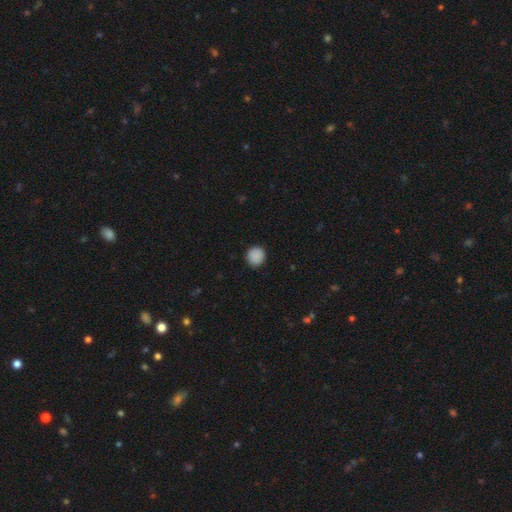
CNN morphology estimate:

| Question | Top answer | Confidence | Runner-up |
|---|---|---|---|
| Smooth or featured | smooth | 89% | star or artifact (8%) |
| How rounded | round | 92% | in between (7%) |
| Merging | none | 90% | minor disturbance (7%) |